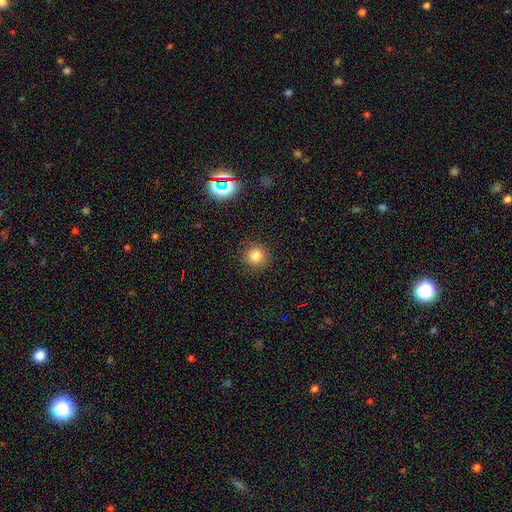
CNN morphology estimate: Smooth or featured?
  - smooth: 81% *
  - star or artifact: 13%
  - featured or disk: 6%
How rounded?
  - round: 94% *
  - in between: 5%
  - cigar-shaped: 1%
Merging?
  - none: 90% *
  - minor disturbance: 7%
  - major disturbance: 2%
  - merger: 1%